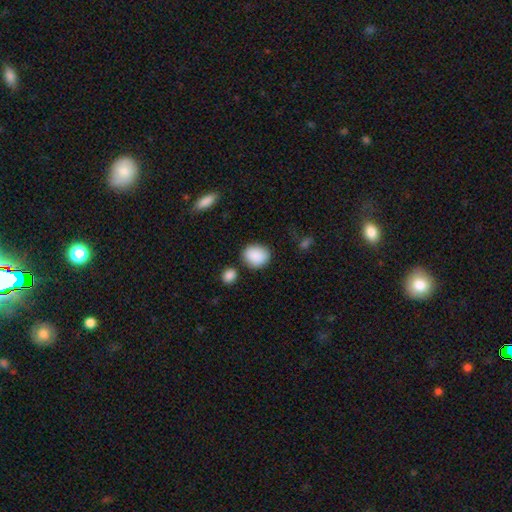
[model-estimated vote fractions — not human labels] smooth 89%, star or artifact 7%, featured or disk 4%. Down the decision tree: how rounded — round (58%); merging — none (78%).